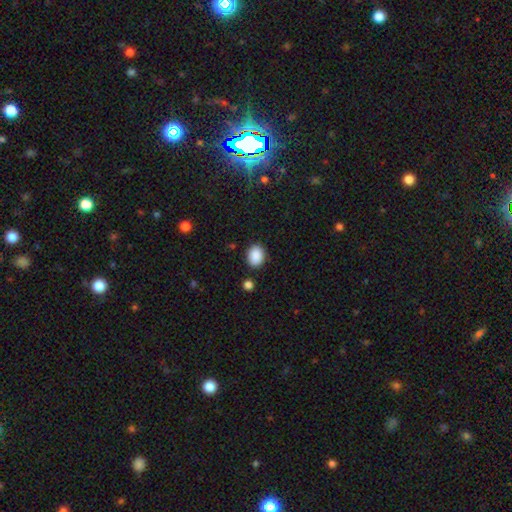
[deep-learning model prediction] The model was most divided on "how rounded": in between: 63%, round: 36%, cigar-shaped: 1%. More confident: smooth or featured — smooth (89%); merging — none (86%).